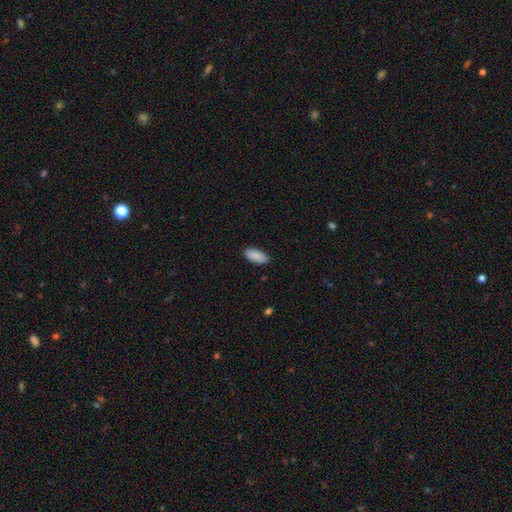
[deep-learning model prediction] The model was most divided on "merging": none: 83%, minor disturbance: 13%, major disturbance: 2%, merger: 1%. More confident: how rounded — in between (92%); smooth or featured — smooth (89%).